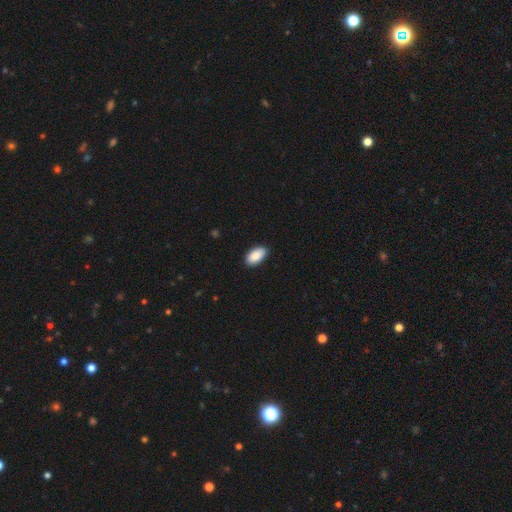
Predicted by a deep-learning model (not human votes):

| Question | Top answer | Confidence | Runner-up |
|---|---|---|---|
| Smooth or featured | smooth | 90% | star or artifact (6%) |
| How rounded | in between | 95% | round (2%) |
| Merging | none | 89% | minor disturbance (8%) |